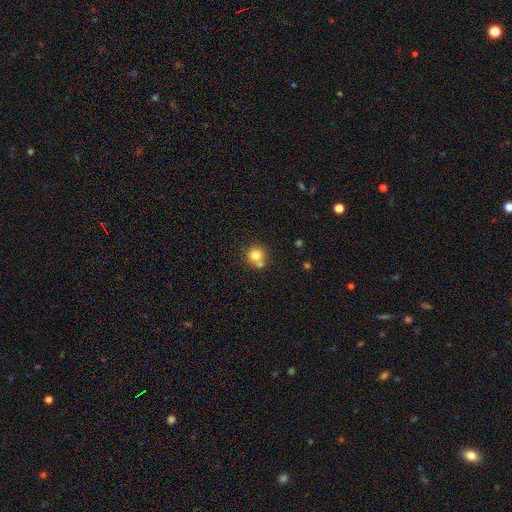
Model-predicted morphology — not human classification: Smooth or featured? Predicted: smooth (p=0.79). How rounded? Predicted: round (p=0.91). Merging? Predicted: none (p=0.59).